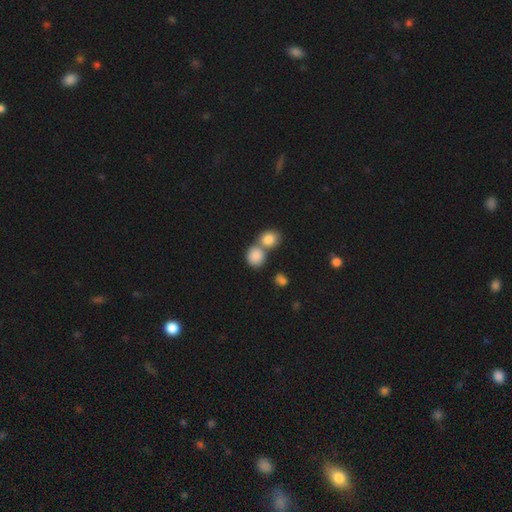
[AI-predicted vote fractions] Morphology: type=smooth (85%); roundness=round (70%); merging=merger (53%).